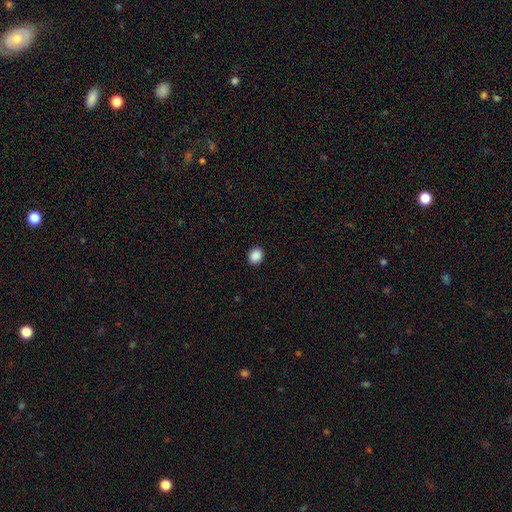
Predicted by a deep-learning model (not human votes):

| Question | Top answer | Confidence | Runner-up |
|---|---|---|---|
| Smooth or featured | smooth | 89% | star or artifact (9%) |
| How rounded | round | 71% | in between (28%) |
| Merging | none | 92% | minor disturbance (6%) |